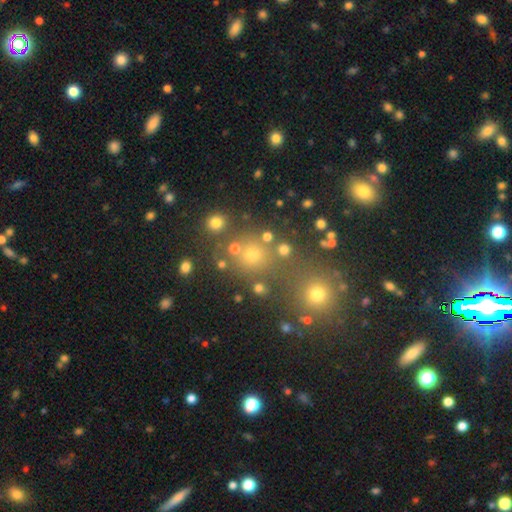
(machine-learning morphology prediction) Q: Smooth or featured?
A: star or artifact (55%); runner-up: smooth (35%)